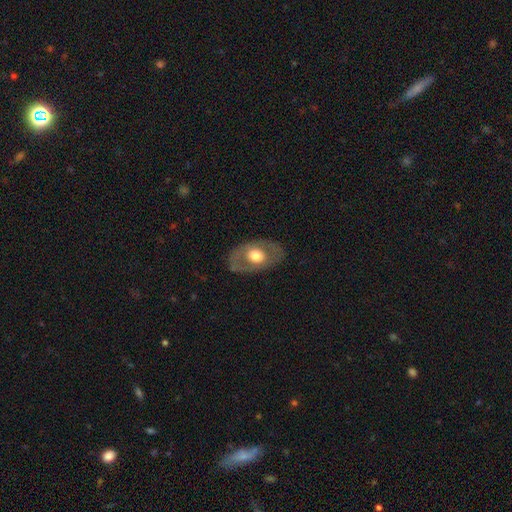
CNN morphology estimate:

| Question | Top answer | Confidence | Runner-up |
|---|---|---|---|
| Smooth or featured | featured or disk | 48% | smooth (47%) |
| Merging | none | 79% | minor disturbance (14%) |